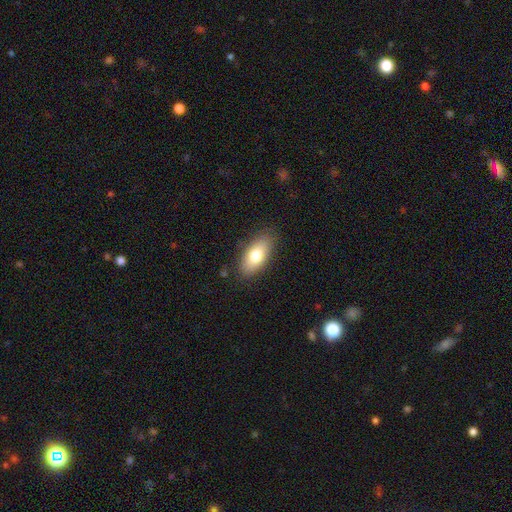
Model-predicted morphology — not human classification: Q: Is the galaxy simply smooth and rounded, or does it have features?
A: smooth — 75%.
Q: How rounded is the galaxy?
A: in between — 86%.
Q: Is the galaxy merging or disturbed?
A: none — 85%.